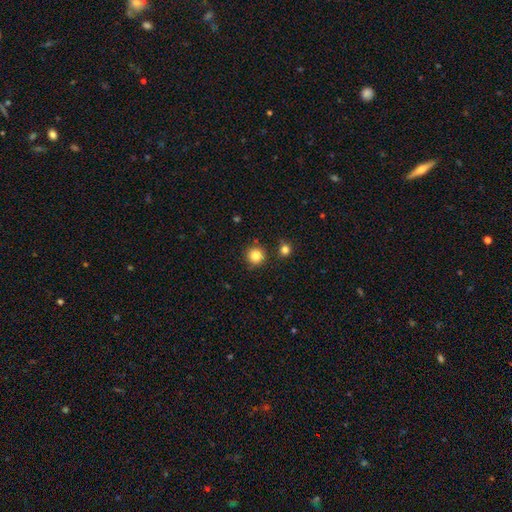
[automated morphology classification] This is clearly a smooth galaxy (84%). How rounded: clearly round (95%). Merging: clearly none (86%).